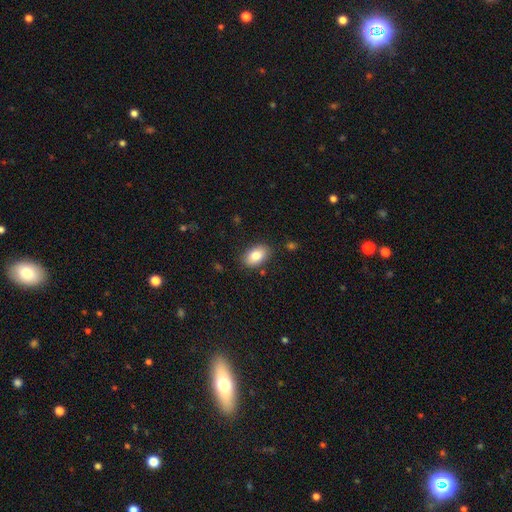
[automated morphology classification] This is clearly a smooth galaxy (84%). How rounded: clearly in between (90%). Merging: clearly none (85%).